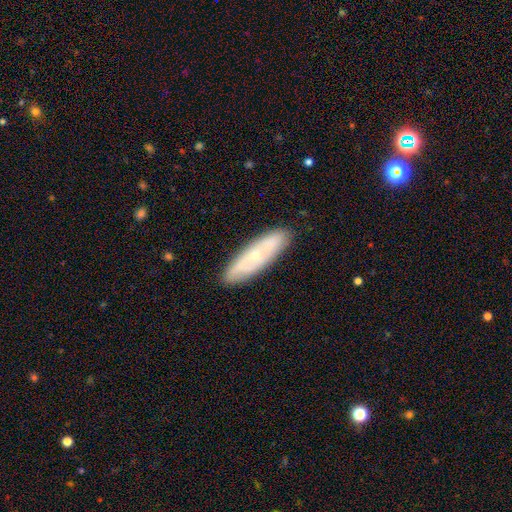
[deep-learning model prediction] A featured or disk galaxy (54%).

Vote fractions:
- Smooth or featured? featured or disk: 54% / smooth: 39% / star or artifact: 6%
- Edge-on disk? no: 70% / yes: 30%
- Merging? none: 86% / minor disturbance: 11% / major disturbance: 2% / merger: 1%